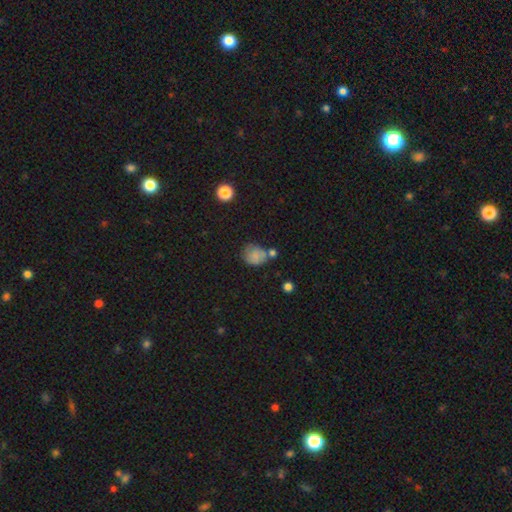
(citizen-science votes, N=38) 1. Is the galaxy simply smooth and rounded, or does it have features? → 92% smooth, 5% featured or disk, 3% star or artifact.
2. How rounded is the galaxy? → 57% in between, 43% round, 0% cigar-shaped.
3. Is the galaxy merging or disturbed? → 38% none, 27% minor disturbance, 19% merger, 16% major disturbance.